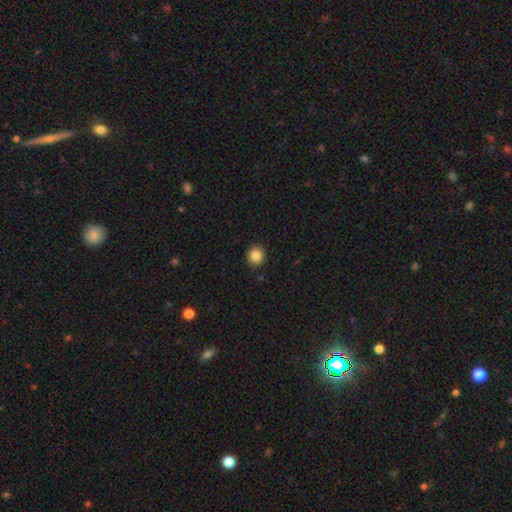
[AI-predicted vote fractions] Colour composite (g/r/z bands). It shows a smooth galaxy with no disk features (87%) that is round (87%). Merging: none (91%).